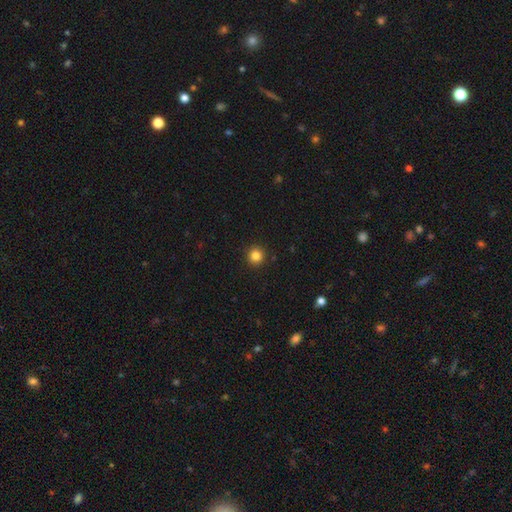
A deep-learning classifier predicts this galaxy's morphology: The model was most divided on "smooth or featured": smooth: 84%, star or artifact: 12%, featured or disk: 5%. More confident: how rounded — round (95%); merging — none (93%).